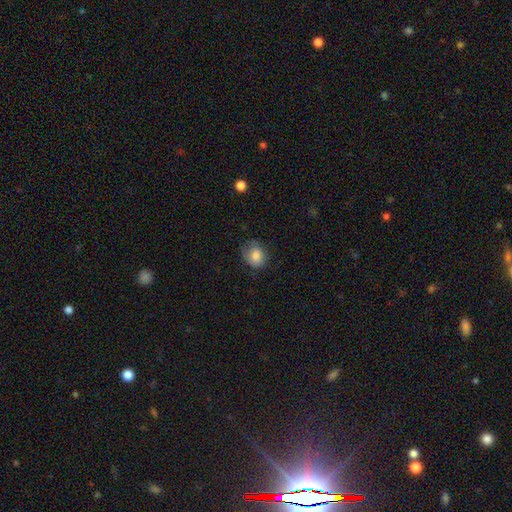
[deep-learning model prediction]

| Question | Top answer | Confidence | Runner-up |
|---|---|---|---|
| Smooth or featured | smooth | 80% | featured or disk (12%) |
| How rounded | in between | 51% | round (48%) |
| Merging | none | 54% | minor disturbance (31%) |